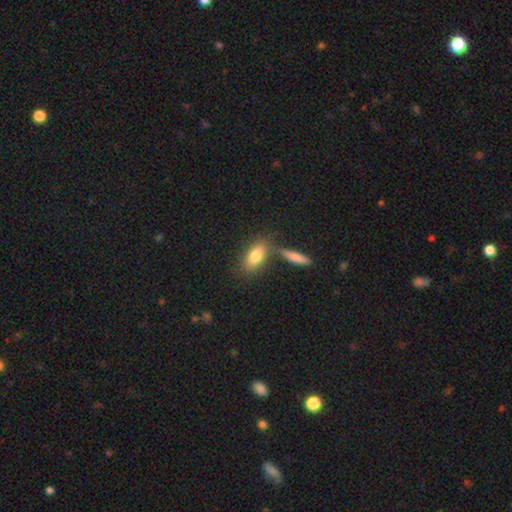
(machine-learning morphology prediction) smooth-or-featured: smooth: 79% | featured or disk: 14% | star or artifact: 8%
  how-rounded: in between: 81% | cigar-shaped: 13% | round: 5%
  merging: none: 62% | merger: 21% | minor disturbance: 12% | major disturbance: 4%